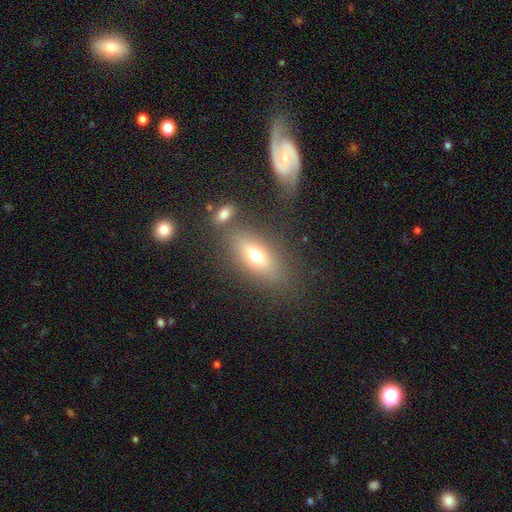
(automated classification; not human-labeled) A smooth galaxy with no disk features (66%) that is in between round and cigar-shaped (75%). Merging: none (74%).